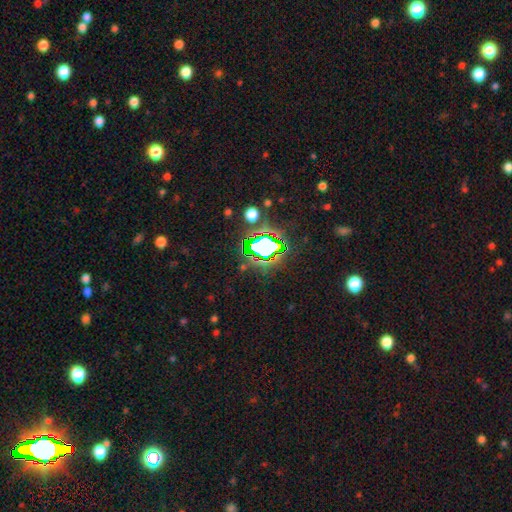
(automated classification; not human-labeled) Smooth or featured? star or artifact (78%)